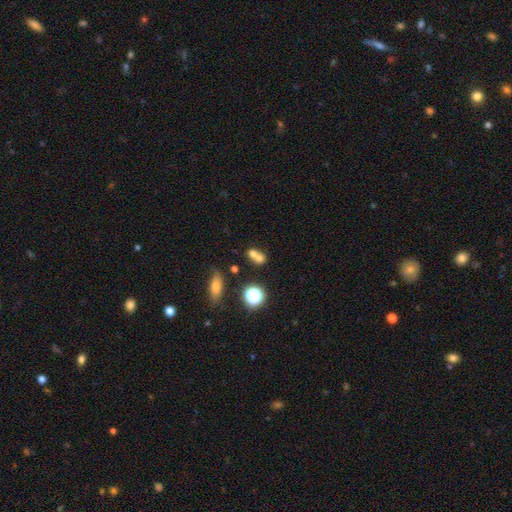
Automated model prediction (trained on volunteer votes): A smooth galaxy with no disk features (67%) that is round (51%). Merging: merger (62%).